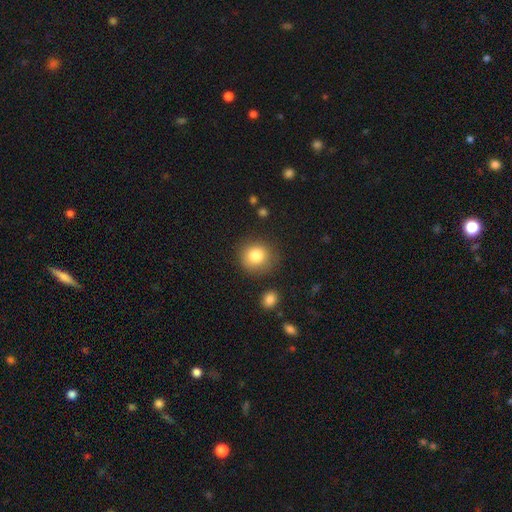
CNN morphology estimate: This appears to be a smooth galaxy with no disk features (82%) that is round (86%). Merging: none (81%).